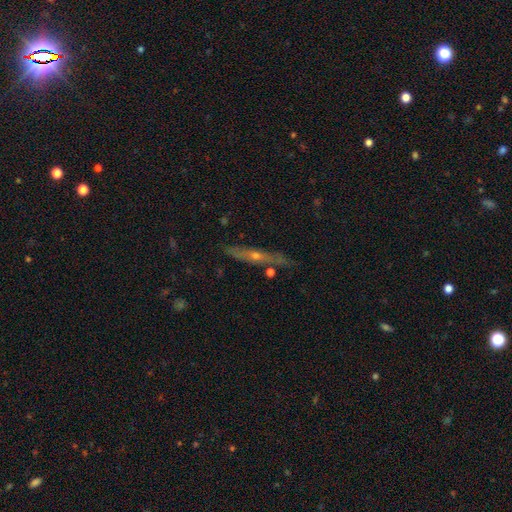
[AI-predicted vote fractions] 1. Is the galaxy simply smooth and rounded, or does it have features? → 68% featured or disk, 24% smooth, 8% star or artifact.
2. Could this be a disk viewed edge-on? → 89% yes, 11% no.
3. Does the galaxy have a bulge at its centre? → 82% rounded, 16% none, 2% boxy.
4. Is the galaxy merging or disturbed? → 81% none, 13% minor disturbance, 3% merger, 3% major disturbance.